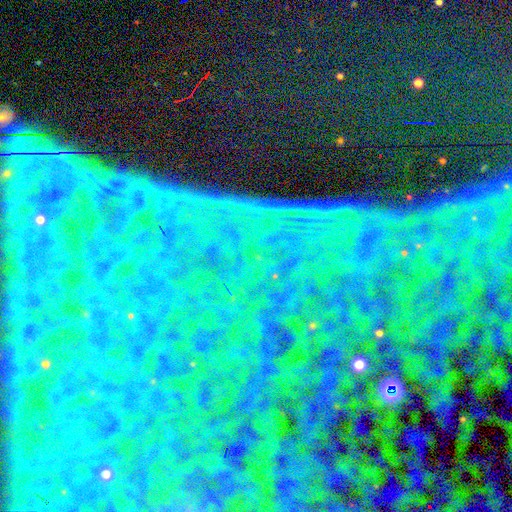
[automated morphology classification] Smooth or featured? star or artifact (87%)